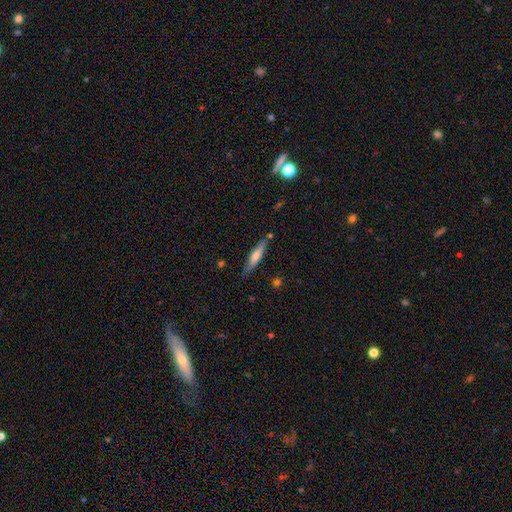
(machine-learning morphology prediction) This appears to be a smooth galaxy with no disk features (62%) that is cigar-shaped (81%). Merging: none (79%).